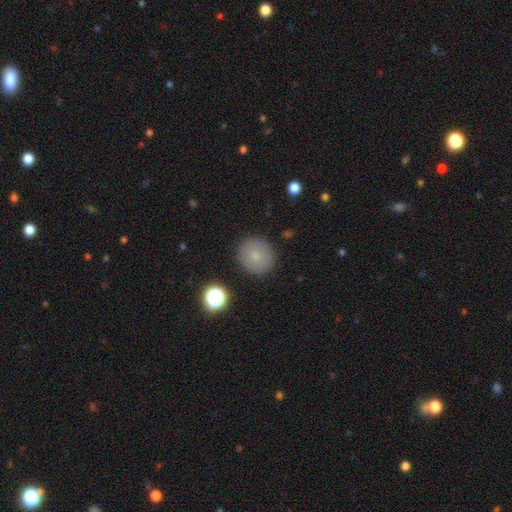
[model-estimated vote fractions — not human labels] smooth 78%, featured or disk 12%, star or artifact 10%. Down the decision tree: how rounded — round (86%); merging — none (88%).